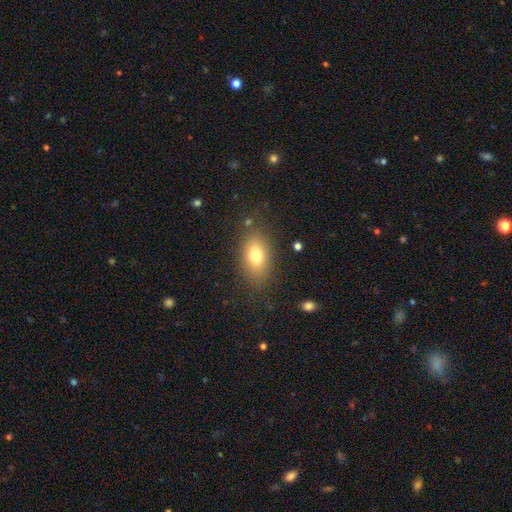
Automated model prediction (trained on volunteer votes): Overall: smooth (75%). How rounded: in between (84%). Merging: none (80%).